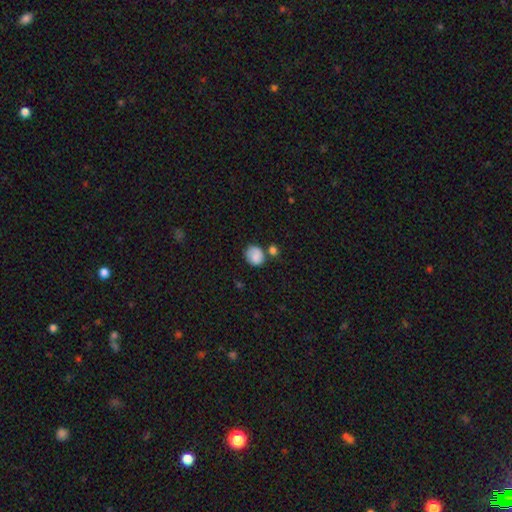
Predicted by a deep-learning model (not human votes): A smooth galaxy with no disk features (84%) that is round (65%).

Vote fractions:
- Smooth or featured? smooth: 84% / star or artifact: 8% / featured or disk: 8%
- How rounded? round: 65% / in between: 34% / cigar-shaped: 1%
- Merging? none: 57% / minor disturbance: 20% / merger: 17% / major disturbance: 6%